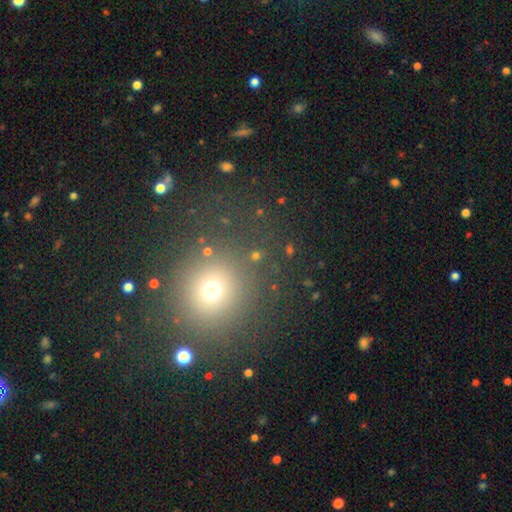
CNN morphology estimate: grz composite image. It shows a smooth galaxy with no disk features (60%) that is round (87%). Merging: none (82%).